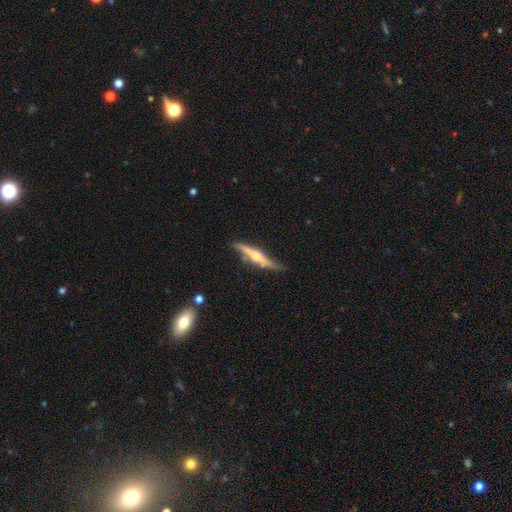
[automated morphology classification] Overall: featured or disk (76%). Edge-on disk: yes (95%). Edge-on bulge: rounded (89%). Merging: none (76%).